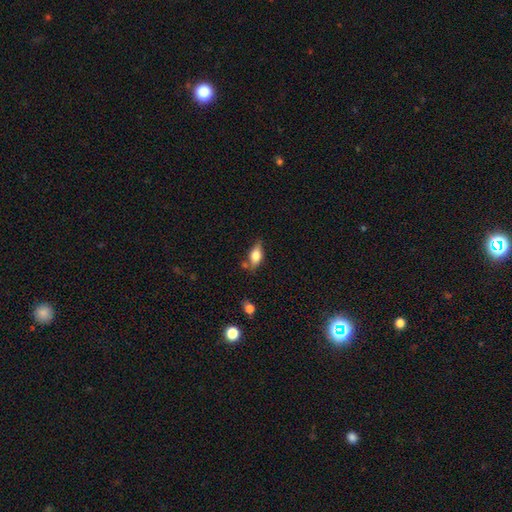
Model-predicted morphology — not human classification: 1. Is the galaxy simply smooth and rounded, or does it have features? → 67% smooth, 25% featured or disk, 8% star or artifact.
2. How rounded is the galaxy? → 81% in between, 14% cigar-shaped, 5% round.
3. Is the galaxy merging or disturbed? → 68% none, 20% minor disturbance, 7% merger, 5% major disturbance.